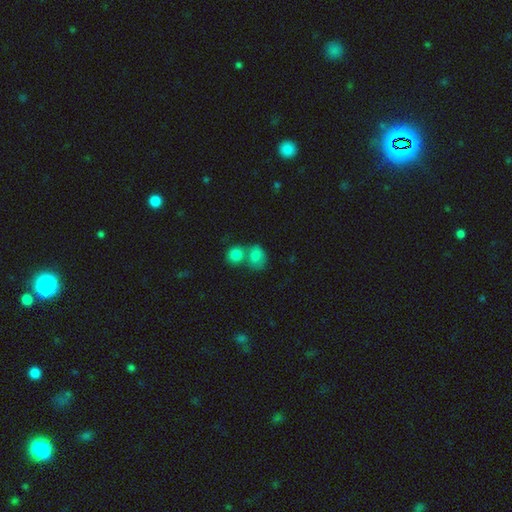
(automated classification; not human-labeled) A smooth galaxy with no disk features (79%) that is in between round and cigar-shaped (51%).

Vote fractions:
- Smooth or featured? smooth: 79% / featured or disk: 12% / star or artifact: 9%
- How rounded? in between: 51% / round: 47% / cigar-shaped: 1%
- Merging? merger: 56% / none: 30% / minor disturbance: 9% / major disturbance: 4%